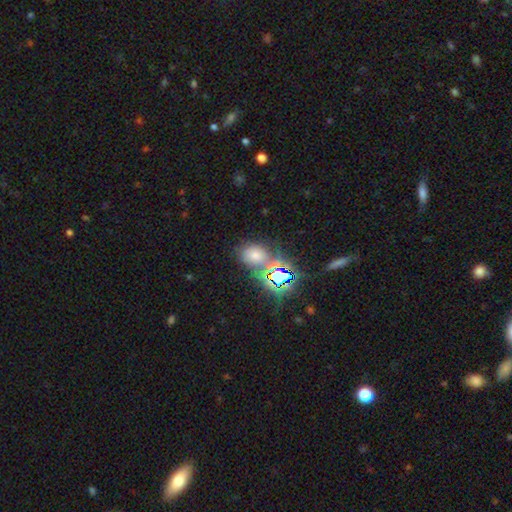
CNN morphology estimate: smooth-or-featured: star or artifact: 47% | smooth: 42% | featured or disk: 11%